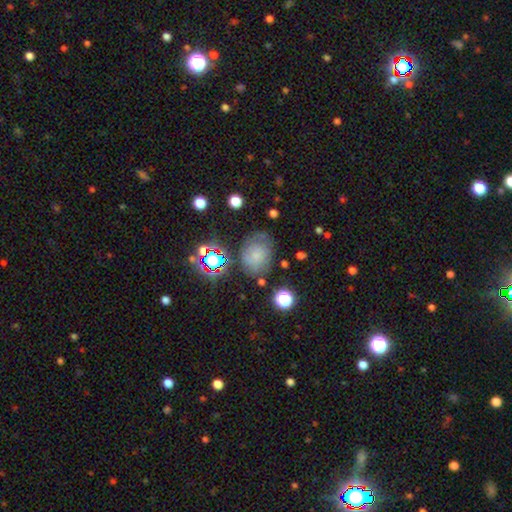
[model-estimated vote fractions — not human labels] Smooth or featured? Predicted: smooth (p=0.49). Merging? Predicted: none (p=0.60).